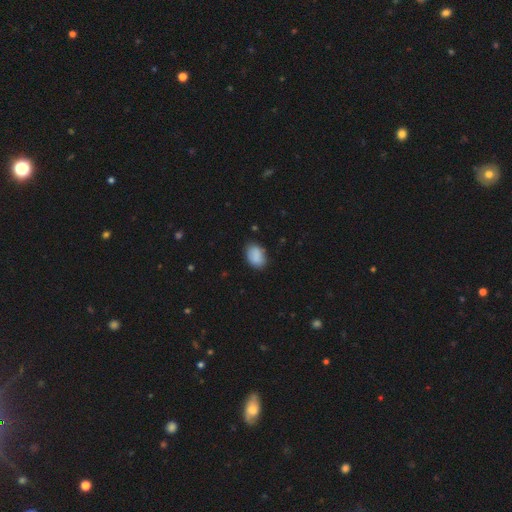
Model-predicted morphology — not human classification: This appears to be a smooth galaxy with no disk features (86%) that is in between round and cigar-shaped (82%). Merging: none (78%).